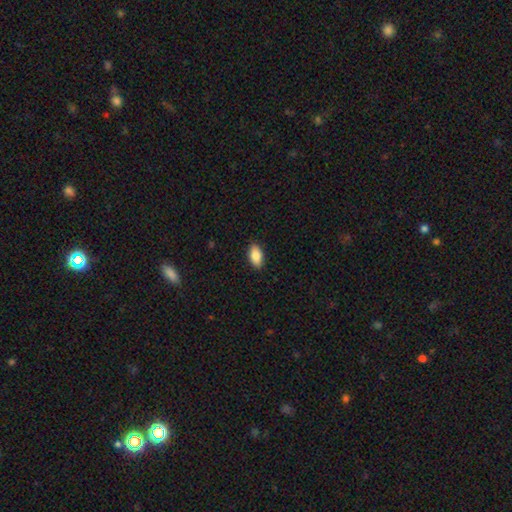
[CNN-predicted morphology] A smooth galaxy with no disk features (85%) that is in between round and cigar-shaped (91%). Merging: none (89%).